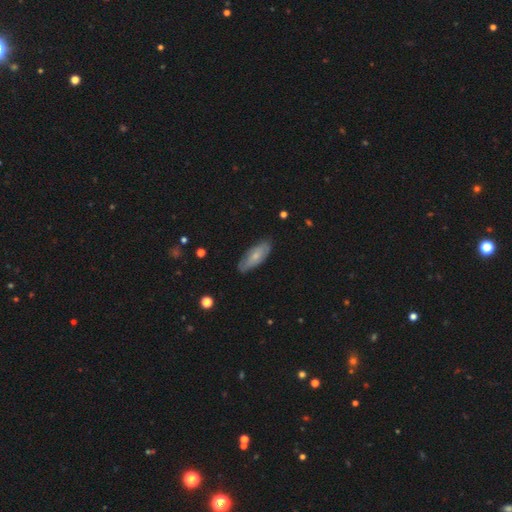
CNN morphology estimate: Smooth or featured: smooth — 62% (featured or disk — 32%)
How rounded: in between — 70% (cigar-shaped — 27%)
Merging: none — 80% (minor disturbance — 16%)